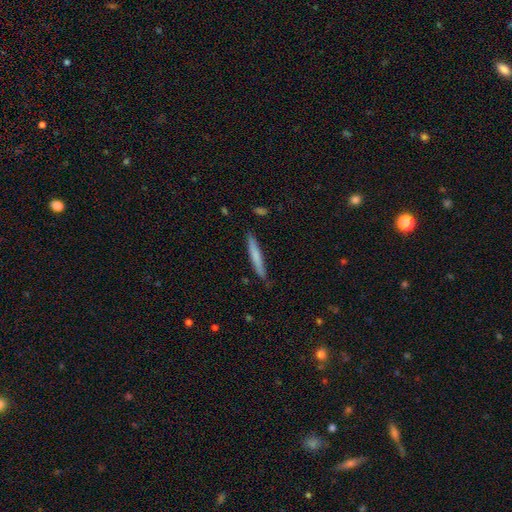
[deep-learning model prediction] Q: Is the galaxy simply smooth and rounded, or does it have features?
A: smooth — 67%.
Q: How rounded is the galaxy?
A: cigar-shaped — 95%.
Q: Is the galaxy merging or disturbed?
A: none — 85%.